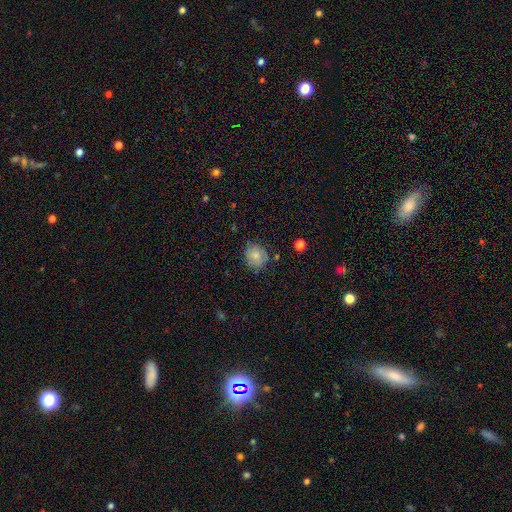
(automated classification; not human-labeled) The model was most divided on "how rounded": round: 76%, in between: 23%, cigar-shaped: 1%. More confident: smooth or featured — smooth (80%); merging — none (75%).